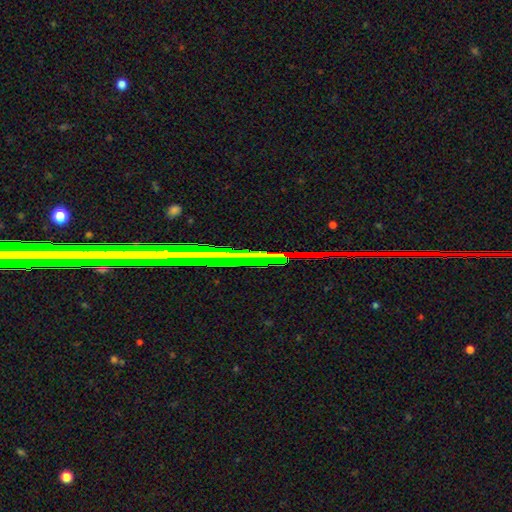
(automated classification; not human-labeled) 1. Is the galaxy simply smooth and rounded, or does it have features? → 77% star or artifact, 15% featured or disk, 9% smooth.